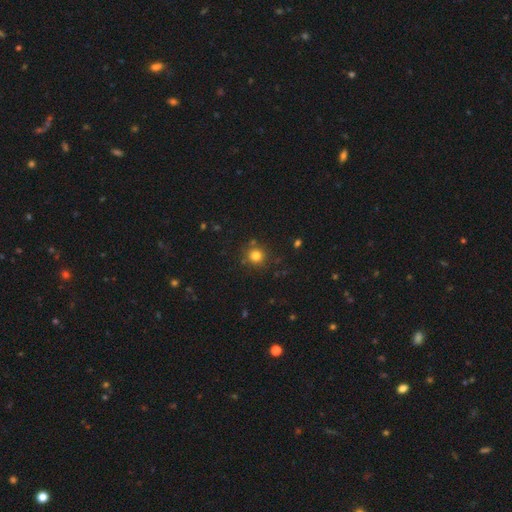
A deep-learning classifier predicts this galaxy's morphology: Smooth or featured: smooth — 80% (star or artifact — 14%)
How rounded: round — 92% (in between — 7%)
Merging: none — 83% (minor disturbance — 9%)